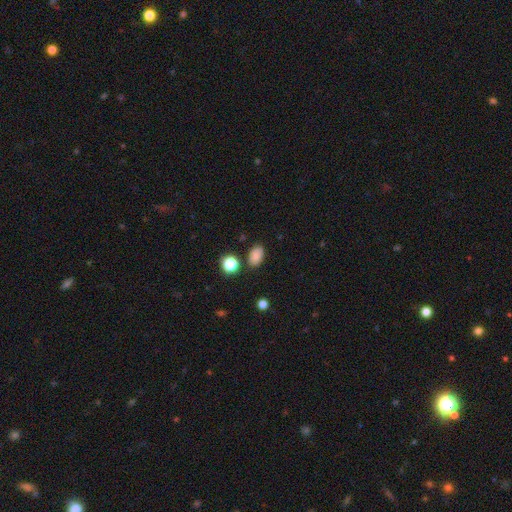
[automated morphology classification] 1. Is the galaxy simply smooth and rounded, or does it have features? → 83% smooth, 12% star or artifact, 5% featured or disk.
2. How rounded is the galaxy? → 85% in between, 14% round, 1% cigar-shaped.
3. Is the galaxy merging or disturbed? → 82% none, 11% minor disturbance, 4% merger, 3% major disturbance.